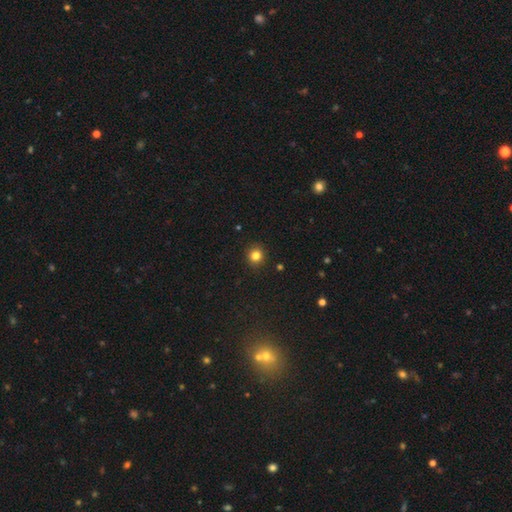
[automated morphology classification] smooth 82%, star or artifact 13%, featured or disk 5%. Down the decision tree: how rounded — round (92%); merging — none (92%).